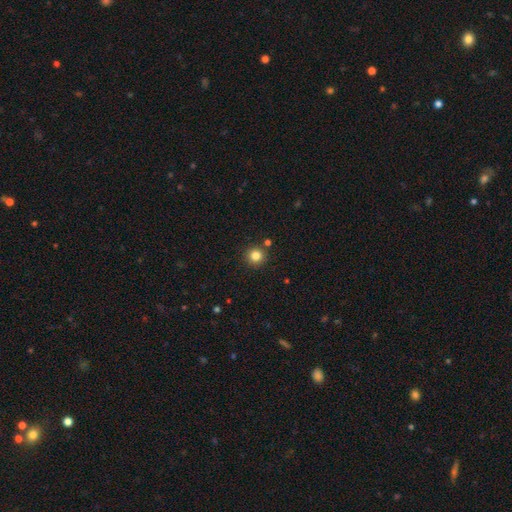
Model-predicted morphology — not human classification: type=smooth (82%); roundness=round (94%); merging=none (88%).